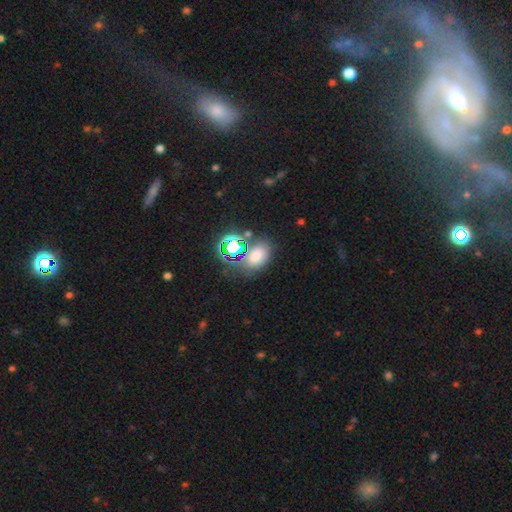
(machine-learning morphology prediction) A smooth galaxy with no disk features (61%) that is in between round and cigar-shaped (73%). Merging: none (69%).